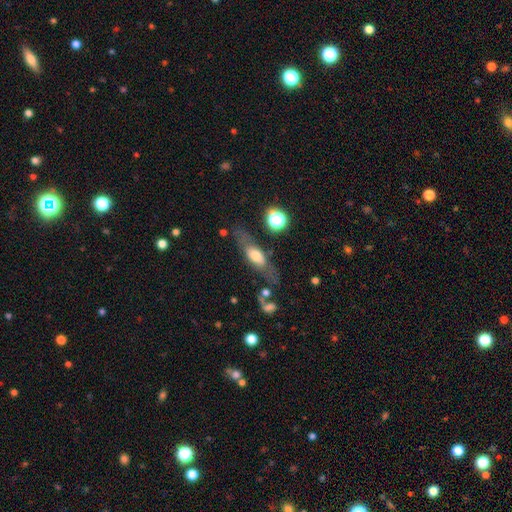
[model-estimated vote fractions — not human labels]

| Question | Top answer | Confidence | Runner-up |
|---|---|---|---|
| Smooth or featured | smooth | 48% | featured or disk (43%) |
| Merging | none | 63% | minor disturbance (18%) |